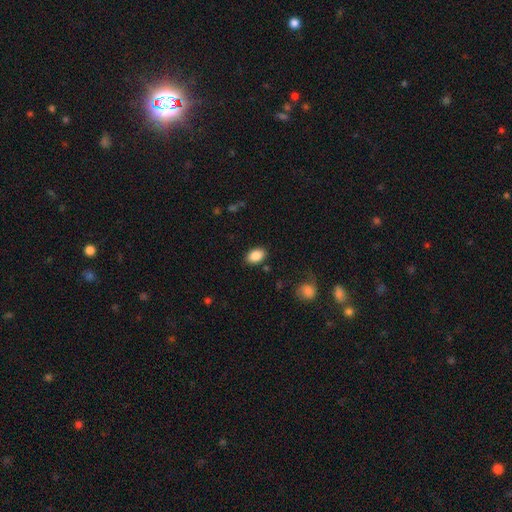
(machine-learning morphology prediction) smooth 87%, star or artifact 8%, featured or disk 5%. Down the decision tree: how rounded — in between (88%); merging — none (85%).